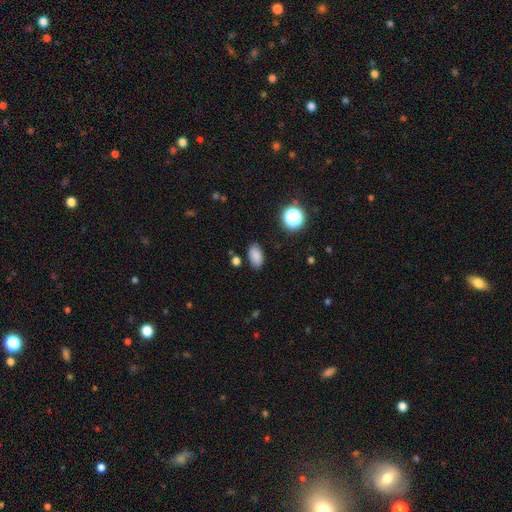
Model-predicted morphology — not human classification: A smooth galaxy with no disk features (84%) that is in between round and cigar-shaped (91%). Merging: none (85%).